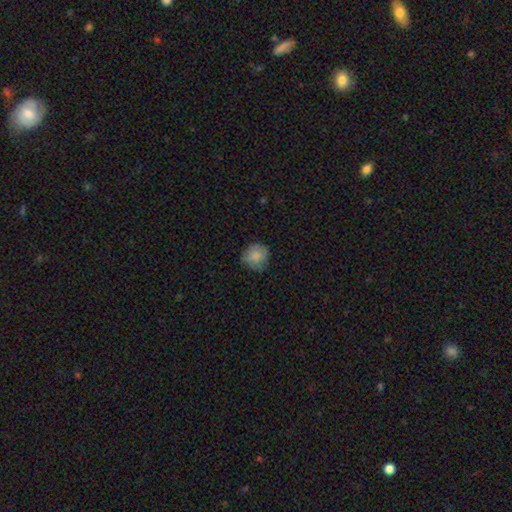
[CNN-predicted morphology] A smooth galaxy with no disk features (81%) that is round (88%).

Vote fractions:
- Smooth or featured? smooth: 81% / featured or disk: 11% / star or artifact: 8%
- How rounded? round: 88% / in between: 11% / cigar-shaped: 1%
- Merging? none: 74% / minor disturbance: 20% / major disturbance: 5% / merger: 1%